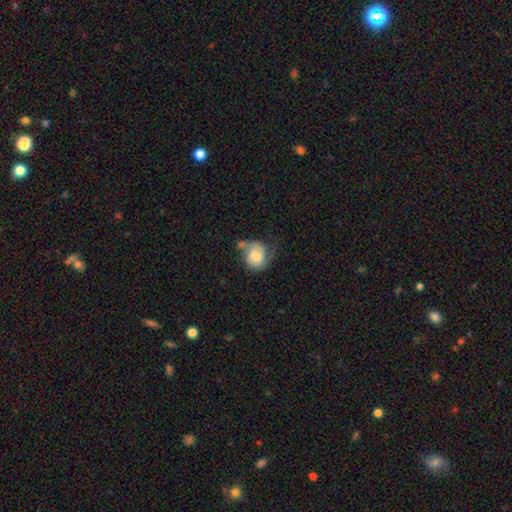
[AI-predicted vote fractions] smooth-or-featured: smooth: 55% | featured or disk: 37% | star or artifact: 8%
  how-rounded: round: 69% | in between: 31% | cigar-shaped: 1%
  merging: none: 36% | minor disturbance: 29% | major disturbance: 19% | merger: 17%